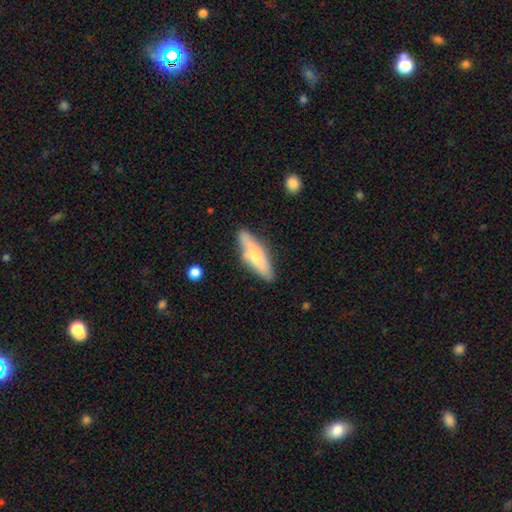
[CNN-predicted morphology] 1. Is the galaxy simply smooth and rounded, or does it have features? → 54% smooth, 40% featured or disk, 6% star or artifact.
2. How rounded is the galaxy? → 64% cigar-shaped, 34% in between, 2% round.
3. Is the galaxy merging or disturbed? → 72% none, 18% minor disturbance, 5% merger, 4% major disturbance.